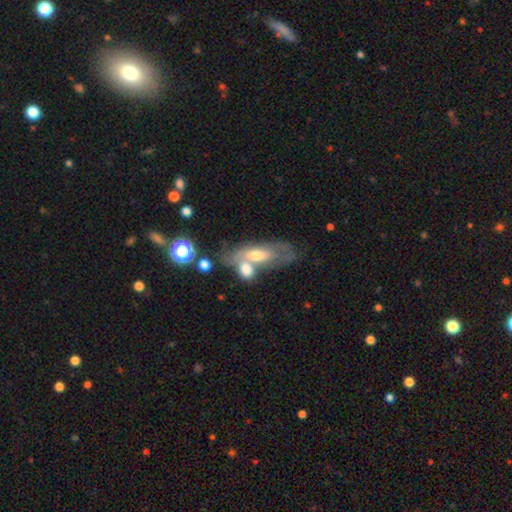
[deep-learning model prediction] A featured or disk galaxy (58%).

Vote fractions:
- Smooth or featured? featured or disk: 58% / smooth: 29% / star or artifact: 12%
- Edge-on disk? no: 74% / yes: 26%
- Merging? none: 45% / merger: 31% / minor disturbance: 15% / major disturbance: 10%